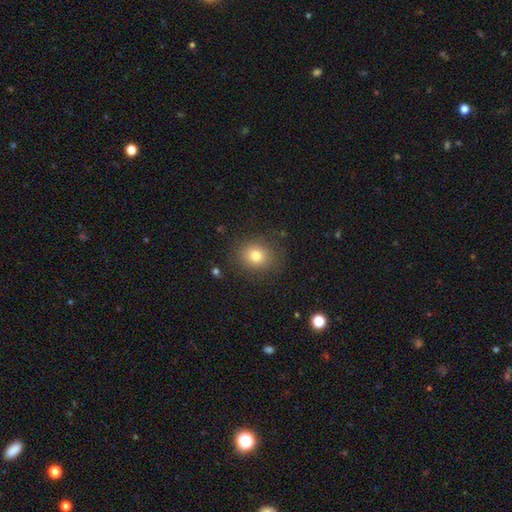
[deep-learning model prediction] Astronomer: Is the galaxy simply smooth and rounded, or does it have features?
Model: smooth — 79%.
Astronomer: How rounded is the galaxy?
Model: round — 78%.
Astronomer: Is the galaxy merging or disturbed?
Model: none — 85%.